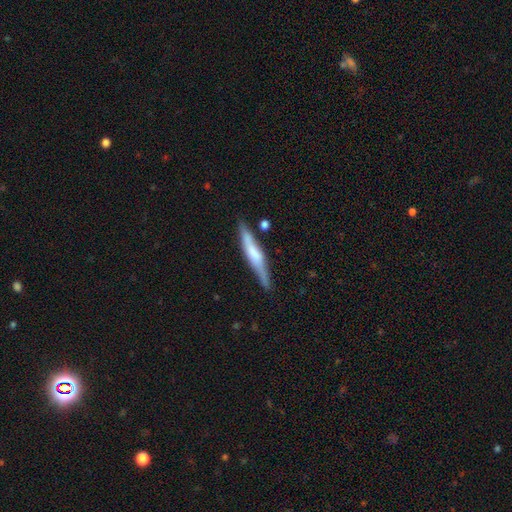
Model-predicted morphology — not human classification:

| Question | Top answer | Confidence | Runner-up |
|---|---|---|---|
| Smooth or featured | featured or disk | 51% | smooth (43%) |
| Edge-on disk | yes | 93% | no (7%) |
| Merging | none | 77% | minor disturbance (15%) |